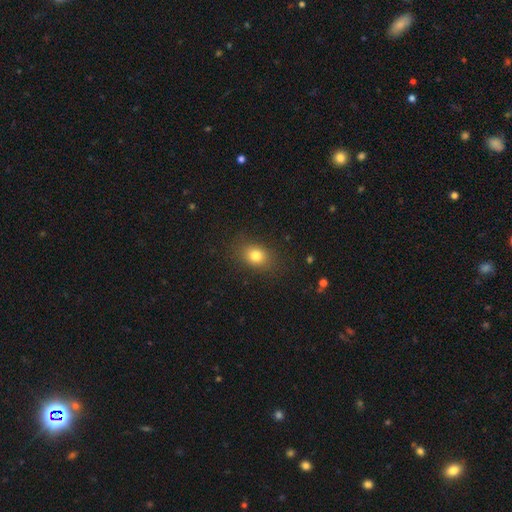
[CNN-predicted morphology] A smooth galaxy with no disk features (80%) that is in between round and cigar-shaped (61%). Merging: none (83%).